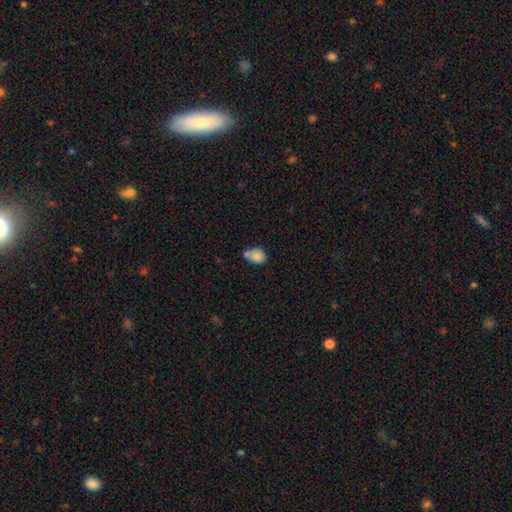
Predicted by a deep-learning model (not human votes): This is clearly a smooth galaxy (83%). How rounded: possibly in between (50%). Merging: marginally none (41%).